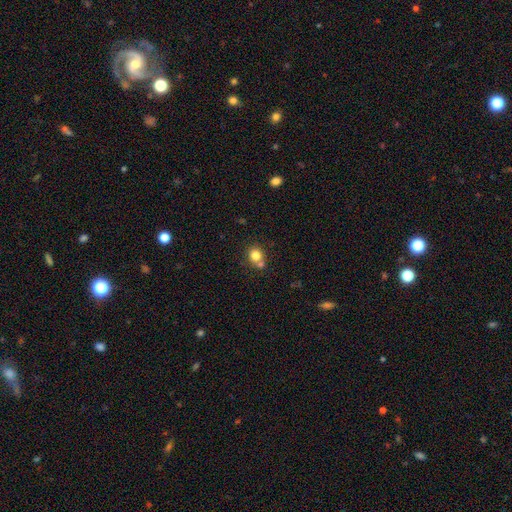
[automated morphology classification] Overall: smooth (80%). How rounded: round (81%). Merging: none (58%; merger 29%).